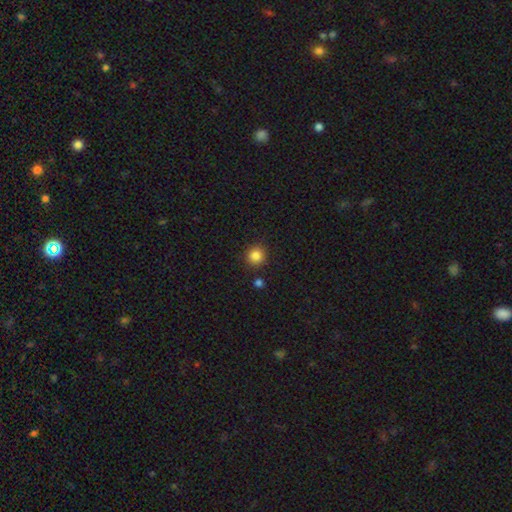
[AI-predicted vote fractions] A smooth galaxy with no disk features (85%) that is round (92%). Merging: none (89%).